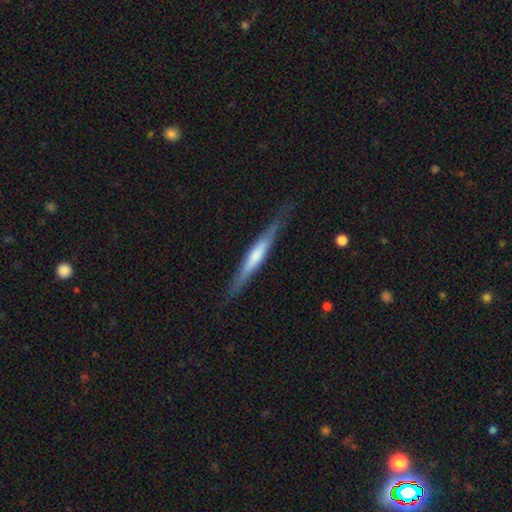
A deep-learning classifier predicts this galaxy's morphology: Smooth or featured? featured or disk (56%)
Edge-on disk? yes (95%)
Edge-on bulge? rounded (41%)
Merging? none (80%)